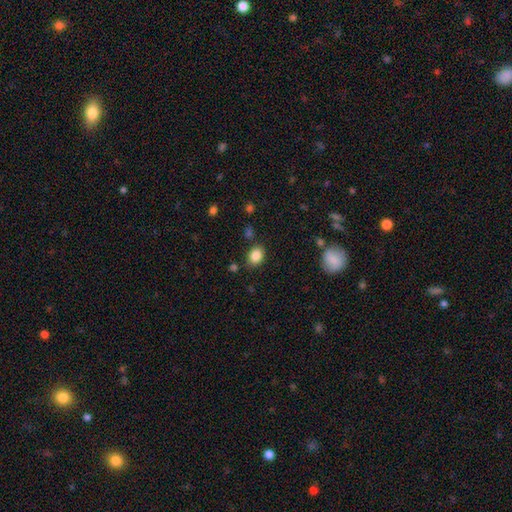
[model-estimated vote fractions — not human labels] Morphology: type=smooth (86%); roundness=in between (68%); merging=none (80%).